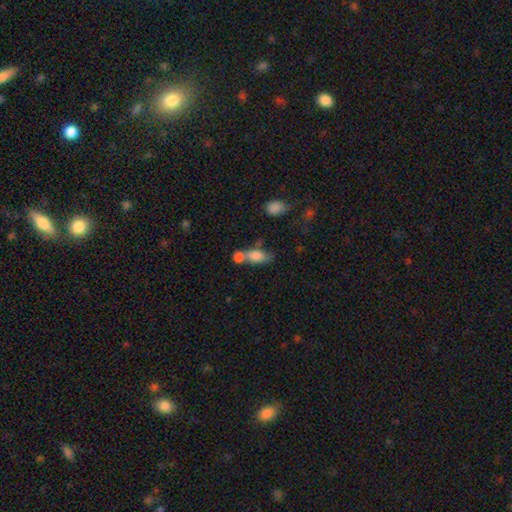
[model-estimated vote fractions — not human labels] This appears to be a smooth galaxy with no disk features (76%) that is in between round and cigar-shaped (75%). Merging: merger (49%).